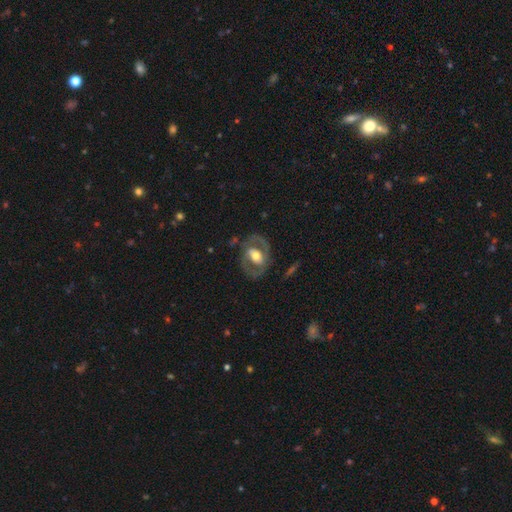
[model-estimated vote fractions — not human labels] Overall: featured or disk (73%). Edge-on disk: no (95%). Bar: no (38%; weak 35%). Spiral arms: yes (68%; no 32%). Bulge size: moderate (63%). Merging: none (70%).